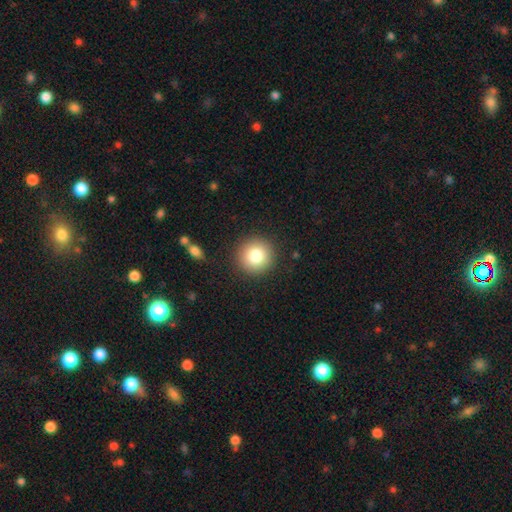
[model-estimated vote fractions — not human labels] The model was most divided on "smooth or featured": smooth: 81%, star or artifact: 10%, featured or disk: 9%. More confident: how rounded — round (95%); merging — none (90%).